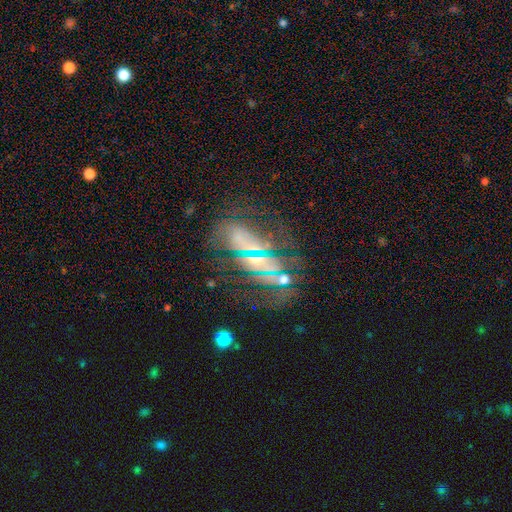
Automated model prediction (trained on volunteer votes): The model was most divided on "bar": no: 52%, weak: 26%, strong: 22%. Remaining: edge-on disk — no (85%); spiral arms — yes (65%); smooth or featured — featured or disk (61%); bulge size — small (58%); merging — none (49%).